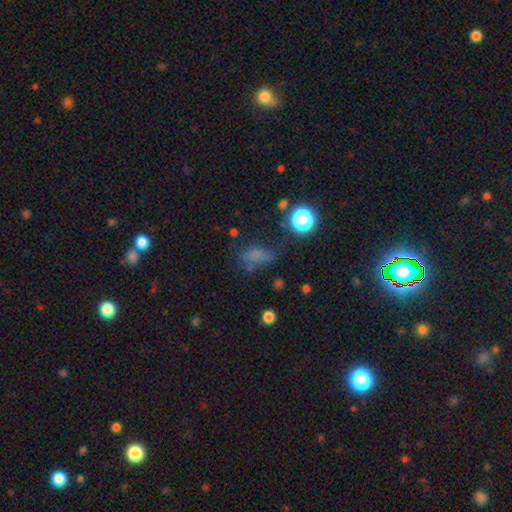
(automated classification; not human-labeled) Overall: smooth (65%). How rounded: in between (71%). Merging: none (52%; minor disturbance 25%).